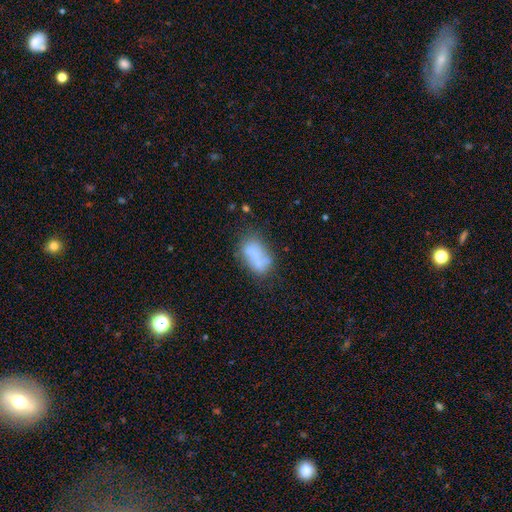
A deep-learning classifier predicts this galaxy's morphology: Smooth or featured: smooth — 59% (featured or disk — 30%)
How rounded: in between — 89% (round — 7%)
Merging: none — 42% (minor disturbance — 24%)